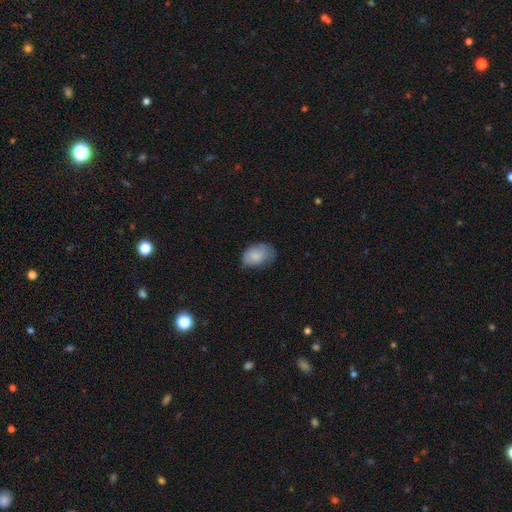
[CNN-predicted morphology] smooth-or-featured: smooth: 82% | featured or disk: 11% | star or artifact: 7%
  how-rounded: in between: 87% | round: 12% | cigar-shaped: 1%
  merging: none: 54% | minor disturbance: 35% | major disturbance: 9% | merger: 1%